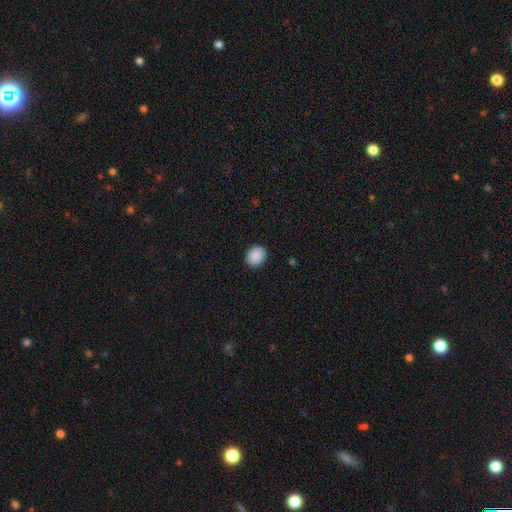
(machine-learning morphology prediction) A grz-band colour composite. It shows a smooth galaxy with no disk features (90%) that is round (63%). Merging: none (90%).